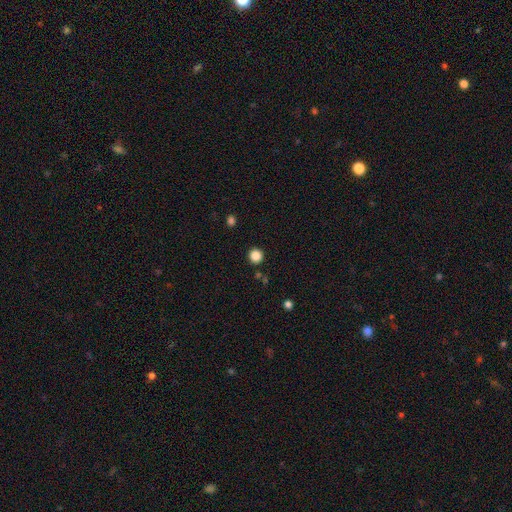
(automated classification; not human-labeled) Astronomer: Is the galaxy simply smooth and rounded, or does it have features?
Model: smooth — 85%.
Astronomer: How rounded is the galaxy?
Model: round — 95%.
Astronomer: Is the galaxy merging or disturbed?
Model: none — 91%.